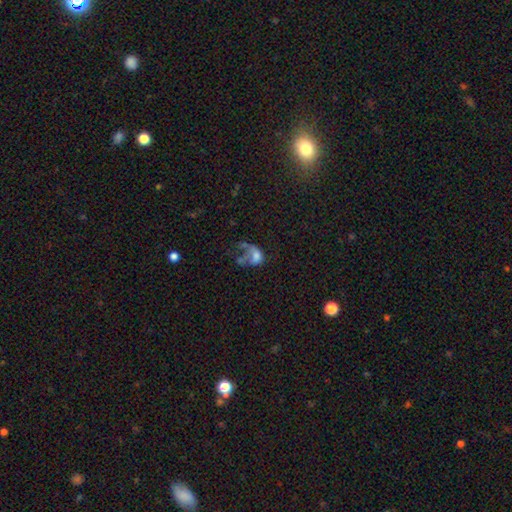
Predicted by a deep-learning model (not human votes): The model was most divided on "smooth or featured": smooth: 50%, featured or disk: 37%, star or artifact: 13%. Remaining: how rounded — in between (72%); merging — major disturbance (49%).